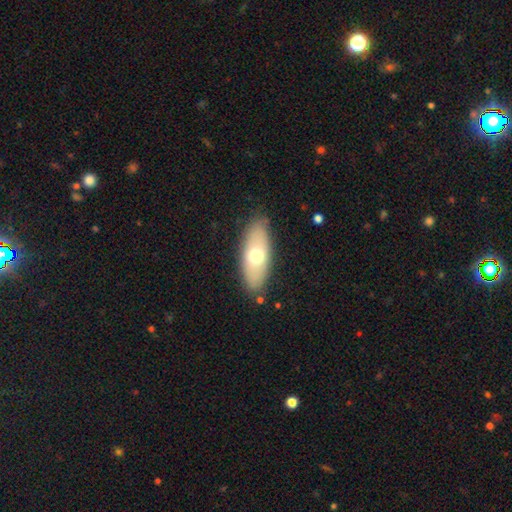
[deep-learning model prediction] A smooth galaxy with no disk features (63%) that is in between round and cigar-shaped (77%). Merging: none (84%).